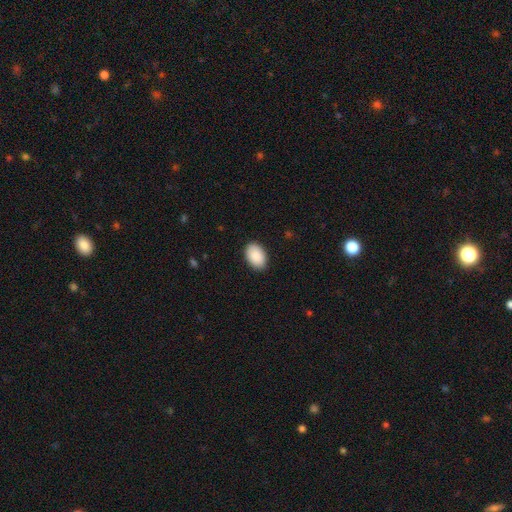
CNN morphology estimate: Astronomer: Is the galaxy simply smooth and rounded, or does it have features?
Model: smooth — 91%.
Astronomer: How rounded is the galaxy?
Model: in between — 91%.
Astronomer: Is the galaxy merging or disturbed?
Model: none — 89%.